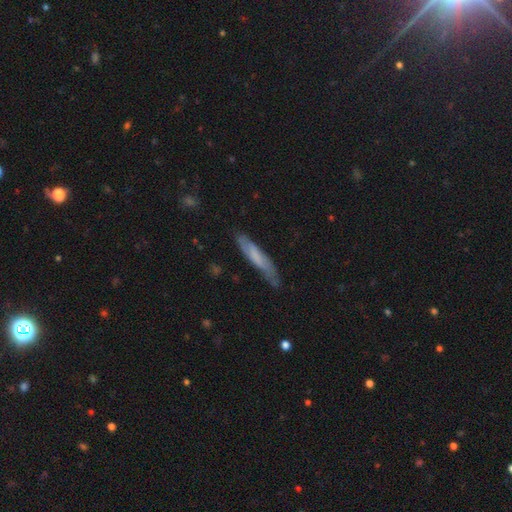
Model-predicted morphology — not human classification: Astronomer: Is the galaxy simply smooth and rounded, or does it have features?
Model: smooth — 53% (runner-up: featured or disk, 40%).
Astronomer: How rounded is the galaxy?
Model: cigar-shaped — 87%.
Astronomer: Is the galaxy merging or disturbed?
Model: none — 71%.